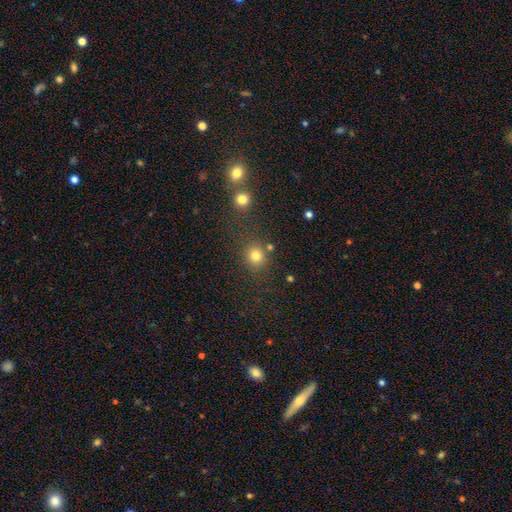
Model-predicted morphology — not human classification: The model was most divided on "merging": none: 74%, merger: 12%, minor disturbance: 10%, major disturbance: 5%. More confident: how rounded — round (85%); smooth or featured — smooth (80%).